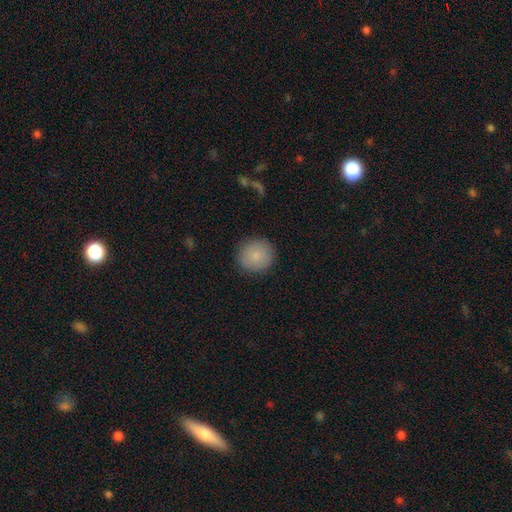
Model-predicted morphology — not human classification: Smooth or featured: smooth — 85% (star or artifact — 8%)
How rounded: round — 92% (in between — 7%)
Merging: none — 89% (minor disturbance — 8%)